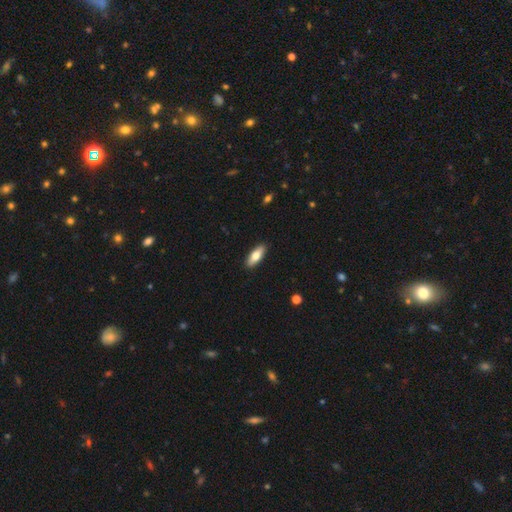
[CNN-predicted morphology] The model was most divided on "how rounded": in between: 70%, cigar-shaped: 28%, round: 2%. More confident: merging — none (90%); smooth or featured — smooth (74%).